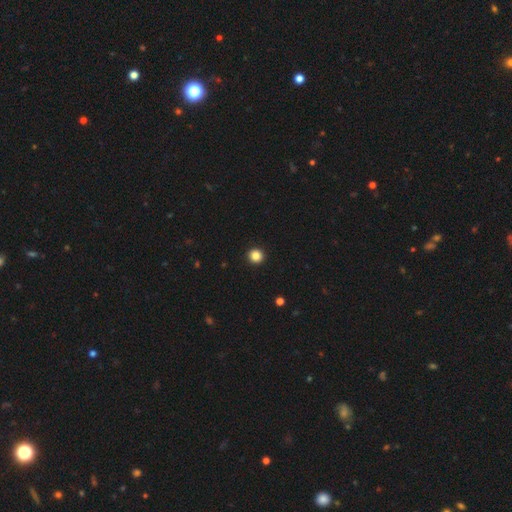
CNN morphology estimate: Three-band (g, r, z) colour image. It shows a smooth galaxy with no disk features (85%) that is round (95%). Merging: none (94%).